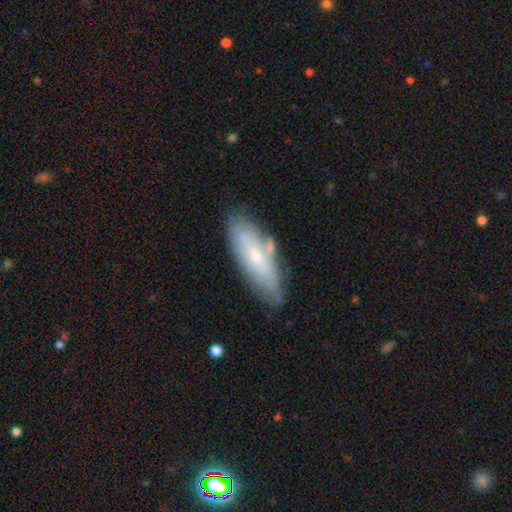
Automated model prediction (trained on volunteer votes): Q: Smooth or featured?
A: smooth (47%); runner-up: featured or disk (46%)
Q: Merging?
A: none (67%); runner-up: minor disturbance (20%)